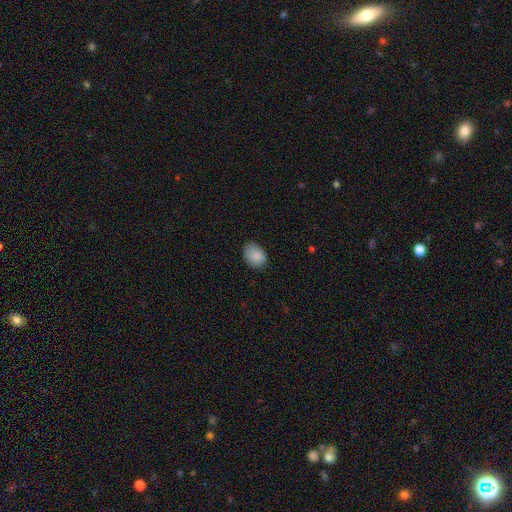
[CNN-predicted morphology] Q: Smooth or featured?
A: smooth (88%); runner-up: star or artifact (7%)
Q: How rounded?
A: in between (76%); runner-up: round (23%)
Q: Merging?
A: none (80%); runner-up: minor disturbance (16%)